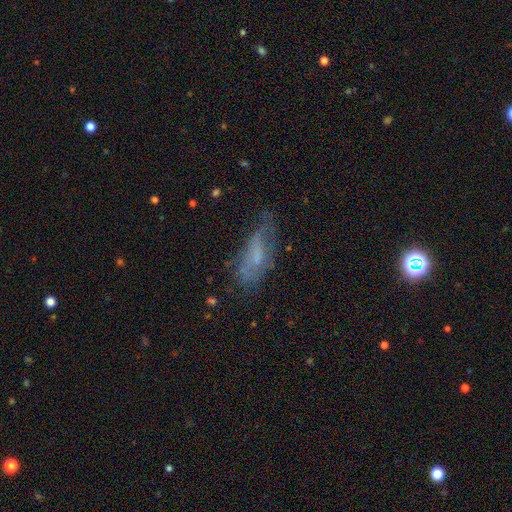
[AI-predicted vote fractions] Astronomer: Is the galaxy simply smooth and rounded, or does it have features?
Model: smooth — 44% (runner-up: featured or disk, 43%).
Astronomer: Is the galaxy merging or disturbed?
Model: none — 52% (runner-up: minor disturbance, 29%).